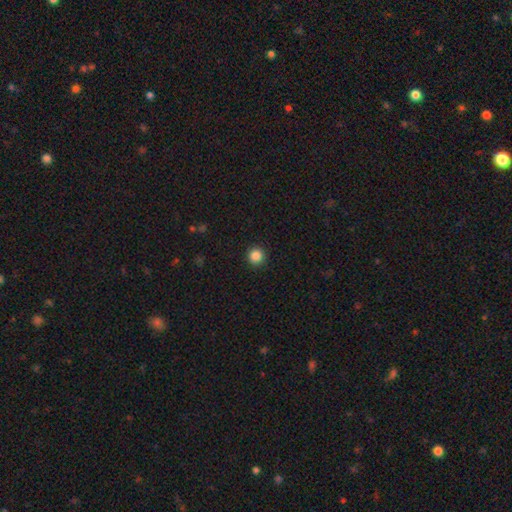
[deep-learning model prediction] Smooth or featured? smooth (87%)
How rounded? round (96%)
Merging? none (93%)